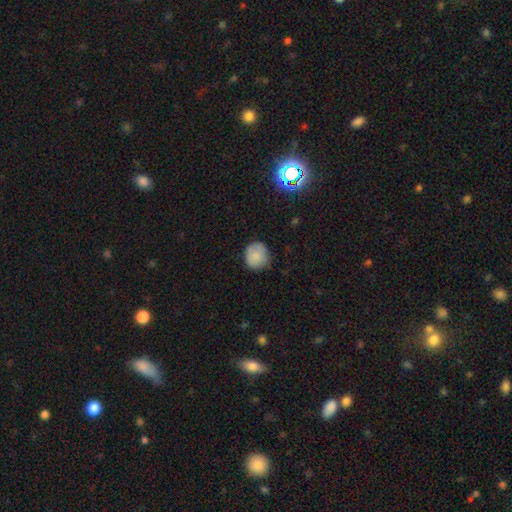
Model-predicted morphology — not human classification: This is clearly a smooth galaxy (83%). How rounded: clearly round (86%). Merging: likely none (78%).